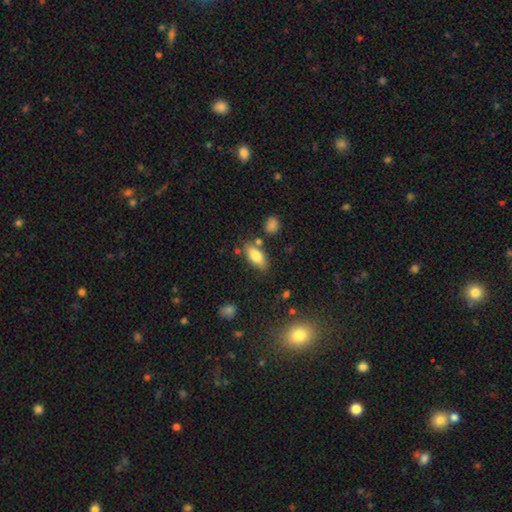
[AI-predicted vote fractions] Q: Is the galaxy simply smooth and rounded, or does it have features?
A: smooth — 80%.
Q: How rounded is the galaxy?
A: in between — 85%.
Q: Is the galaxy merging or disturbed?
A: none — 75%.